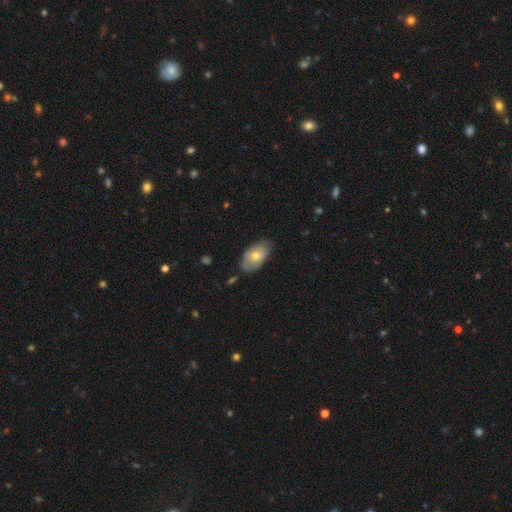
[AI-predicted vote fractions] Smooth or featured? smooth (63%)
How rounded? in between (91%)
Merging? none (61%)